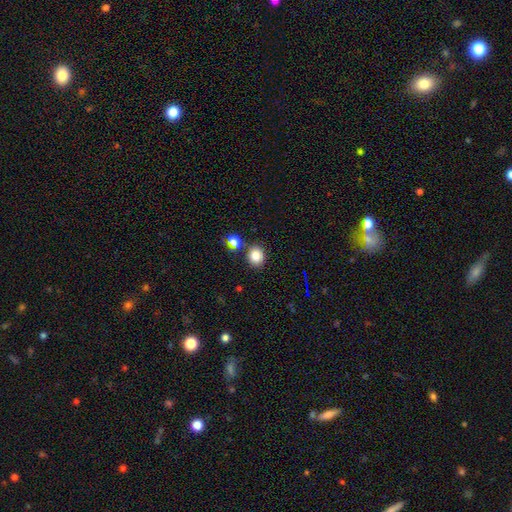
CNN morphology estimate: This is clearly a smooth galaxy (81%). How rounded: likely round (80%). Merging: likely none (77%).